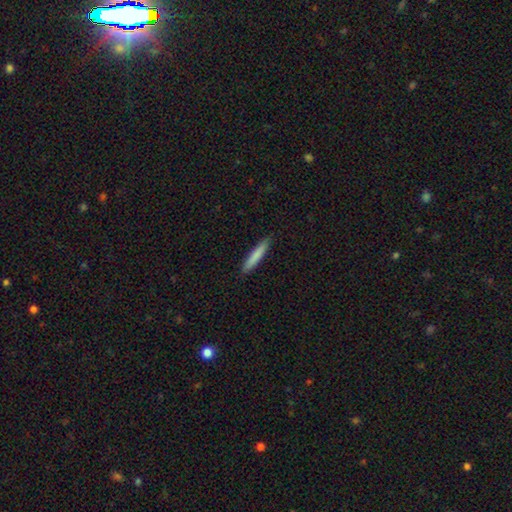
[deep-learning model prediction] Q: Smooth or featured?
A: smooth (81%); runner-up: featured or disk (13%)
Q: How rounded?
A: cigar-shaped (92%); runner-up: in between (6%)
Q: Merging?
A: none (89%); runner-up: minor disturbance (8%)